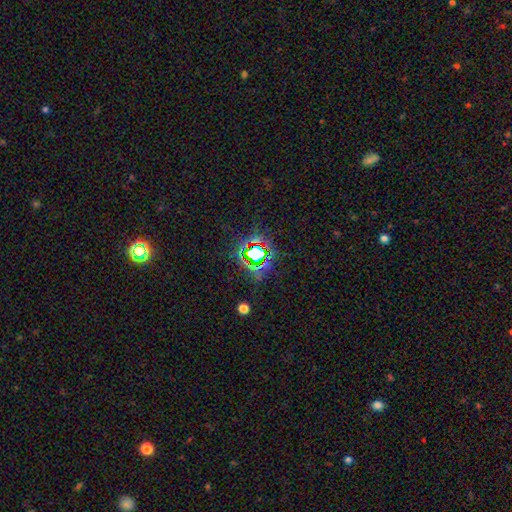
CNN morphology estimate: smooth-or-featured: star or artifact: 73% | smooth: 17% | featured or disk: 10%